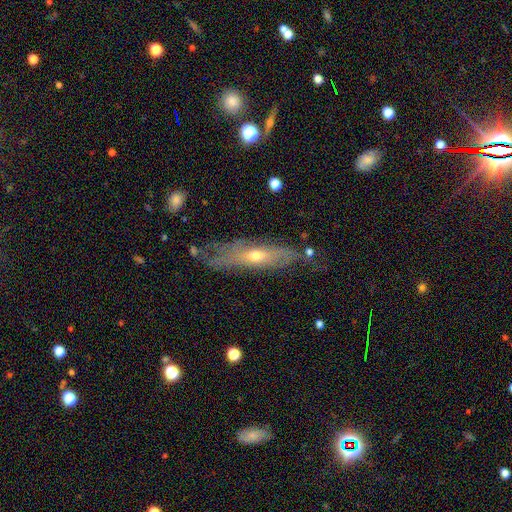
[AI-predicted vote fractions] Smooth or featured?
  - featured or disk: 66% *
  - smooth: 27%
  - star or artifact: 7%
Edge-on disk?
  - no: 54% *
  - yes: 46%
Merging?
  - none: 61% *
  - minor disturbance: 24%
  - major disturbance: 12%
  - merger: 3%